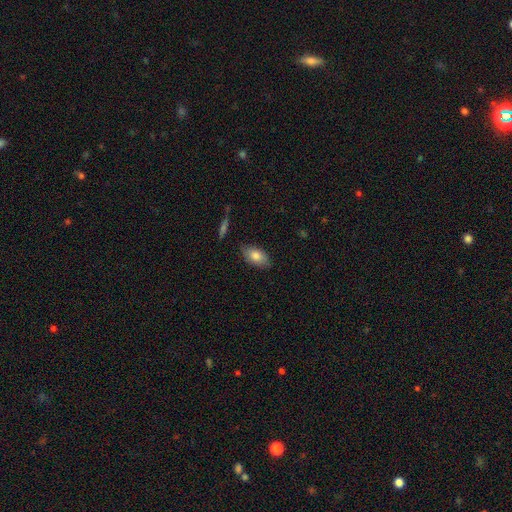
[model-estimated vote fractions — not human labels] smooth 81%, featured or disk 13%, star or artifact 7%. Down the decision tree: how rounded — in between (92%); merging — none (82%).